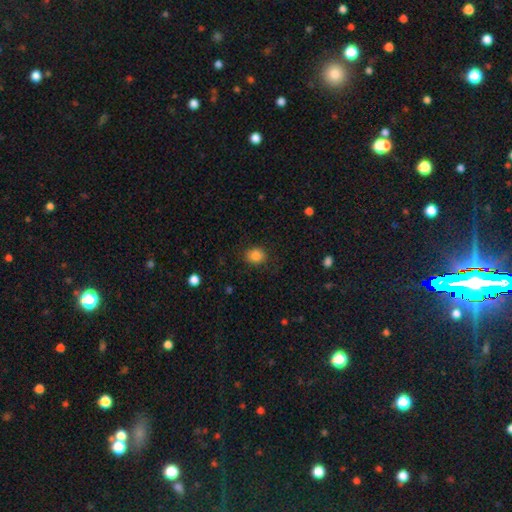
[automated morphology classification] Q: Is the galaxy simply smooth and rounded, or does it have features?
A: smooth — 85%.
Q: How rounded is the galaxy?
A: round — 71%.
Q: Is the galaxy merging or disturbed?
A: none — 85%.